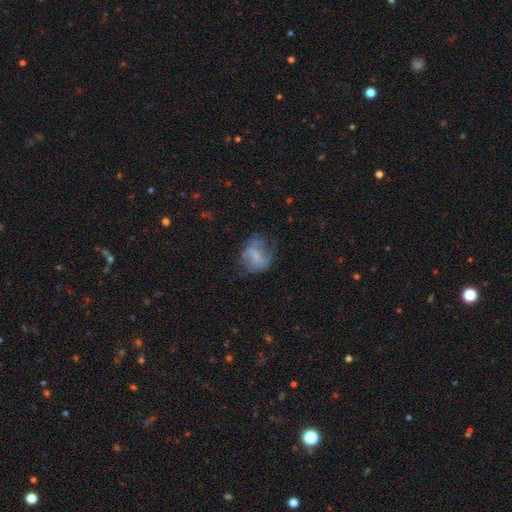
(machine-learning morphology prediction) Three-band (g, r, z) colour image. It shows a featured or disk galaxy (56%) with a weak bar (46%), spiral arms (70%) and a small central bulge (36%). Merging: none (51%).